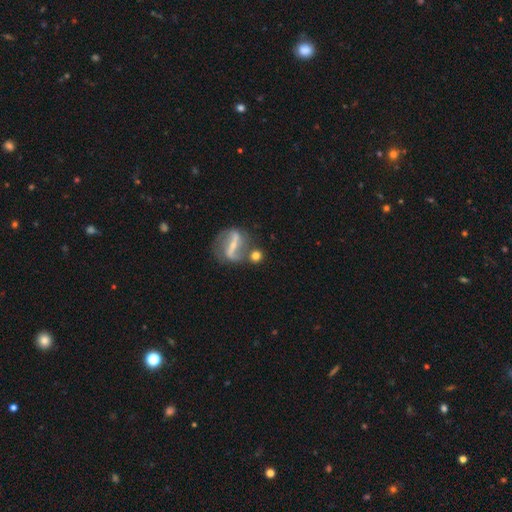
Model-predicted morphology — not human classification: This is possibly a featured or disk galaxy (48%). Merging: likely none (64%).